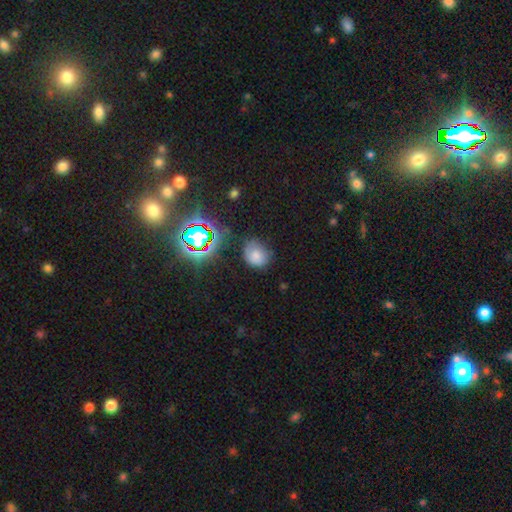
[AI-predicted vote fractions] Smooth or featured? smooth (63%)
How rounded? round (55%)
Merging? none (62%)